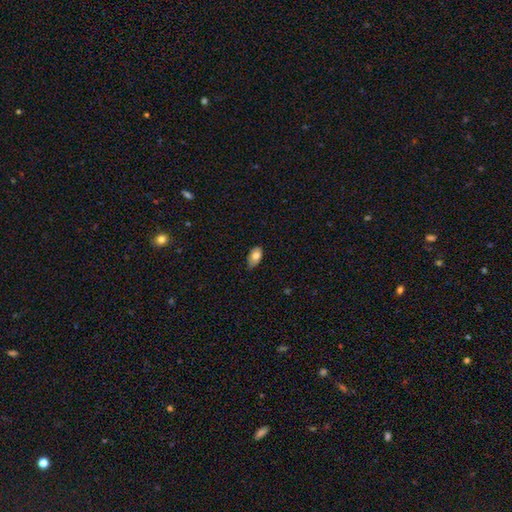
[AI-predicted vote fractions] Smooth or featured: smooth — 77% (featured or disk — 16%)
How rounded: in between — 93% (round — 5%)
Merging: none — 73% (minor disturbance — 23%)